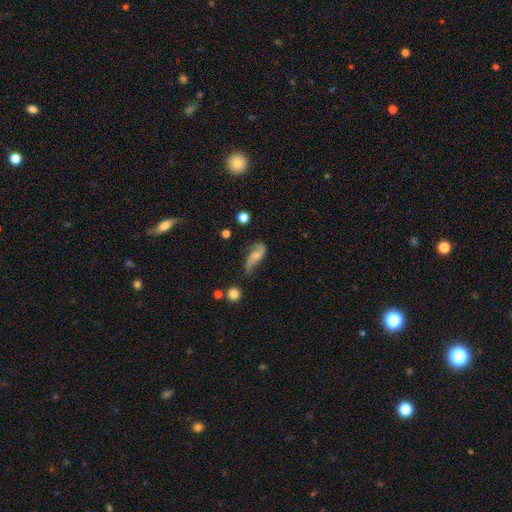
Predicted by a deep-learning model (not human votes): The model was most divided on "bulge size": small: 45%, moderate: 28%, none: 22%, large: 4%, dominant: 2%. More confident: edge-on disk — no (92%); spiral arms — yes (90%); spiral arm count — 2 (89%); spiral winding — loose (81%); smooth or featured — featured or disk (64%); bar — no (58%); merging — none (52%).